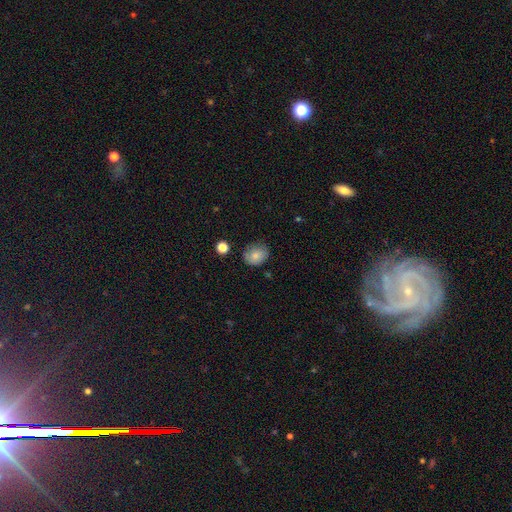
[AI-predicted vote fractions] A smooth galaxy with no disk features (80%) that is round (64%). Merging: none (71%).